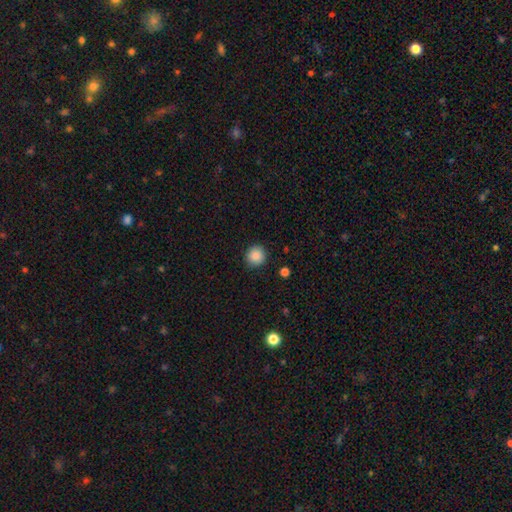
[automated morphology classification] The model was most divided on "smooth or featured": smooth: 87%, star or artifact: 9%, featured or disk: 3%. More confident: how rounded — round (93%); merging — none (90%).